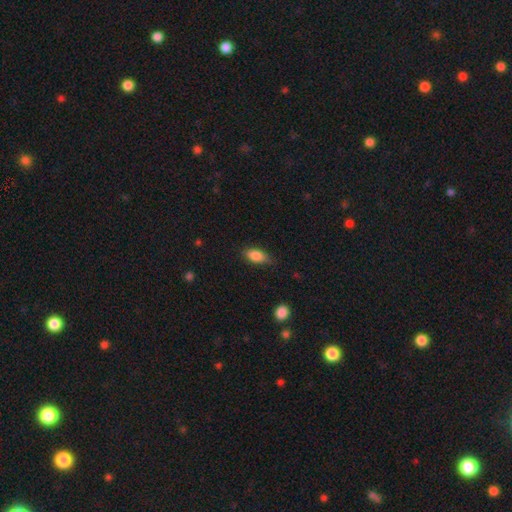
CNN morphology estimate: A smooth galaxy with no disk features (83%) that is in between round and cigar-shaped (86%). Merging: none (74%).